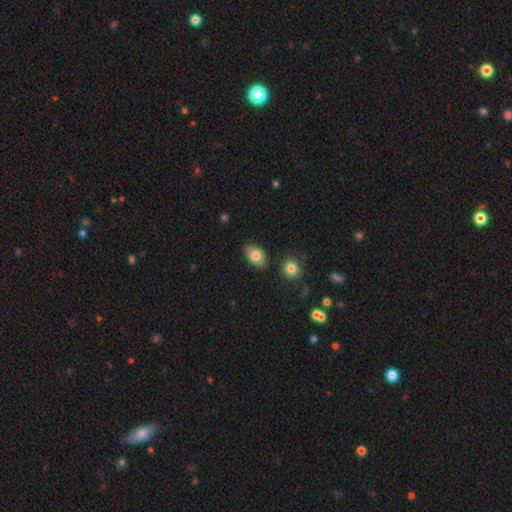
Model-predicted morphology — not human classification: This is clearly a smooth galaxy (83%). How rounded: clearly in between (86%). Merging: clearly none (80%).